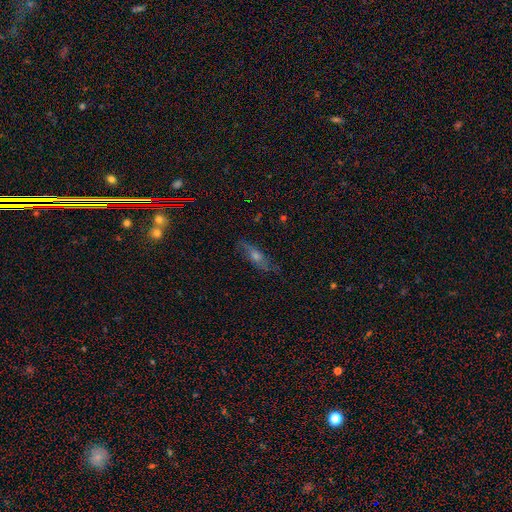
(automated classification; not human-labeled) This is possibly a featured or disk galaxy (57%). It is possibly not viewed edge-on (54%). Merging: likely none (76%).